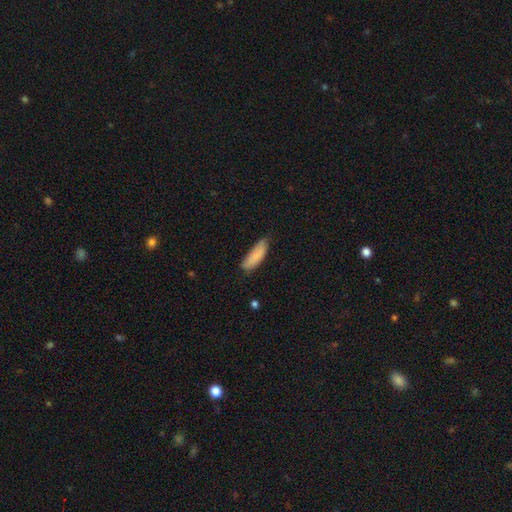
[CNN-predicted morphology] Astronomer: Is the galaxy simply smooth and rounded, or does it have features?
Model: smooth — 85%.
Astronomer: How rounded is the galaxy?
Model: in between — 54% (runner-up: cigar-shaped, 44%).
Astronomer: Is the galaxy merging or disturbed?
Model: none — 64%.